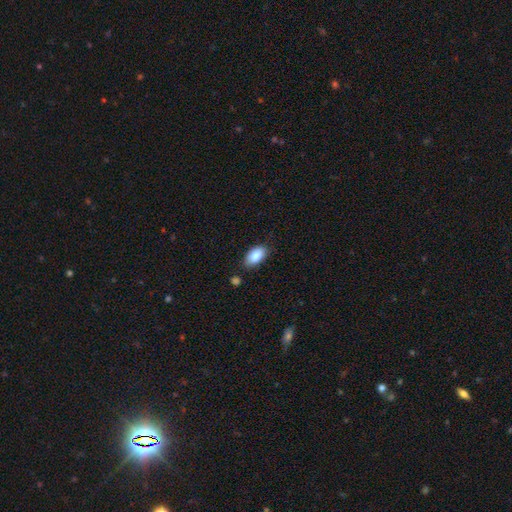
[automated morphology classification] A smooth galaxy with no disk features (87%) that is in between round and cigar-shaped (93%).

Vote fractions:
- Smooth or featured? smooth: 87% / star or artifact: 7% / featured or disk: 6%
- How rounded? in between: 93% / round: 4% / cigar-shaped: 2%
- Merging? none: 78% / minor disturbance: 15% / merger: 3% / major disturbance: 3%